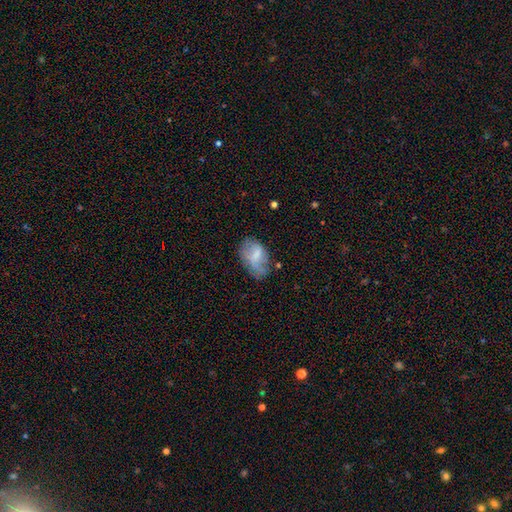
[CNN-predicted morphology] A smooth galaxy with no disk features (60%) that is in between round and cigar-shaped (90%).

Vote fractions:
- Smooth or featured? smooth: 60% / featured or disk: 32% / star or artifact: 8%
- How rounded? in between: 90% / round: 8% / cigar-shaped: 2%
- Merging? none: 41% / minor disturbance: 34% / major disturbance: 21% / merger: 3%